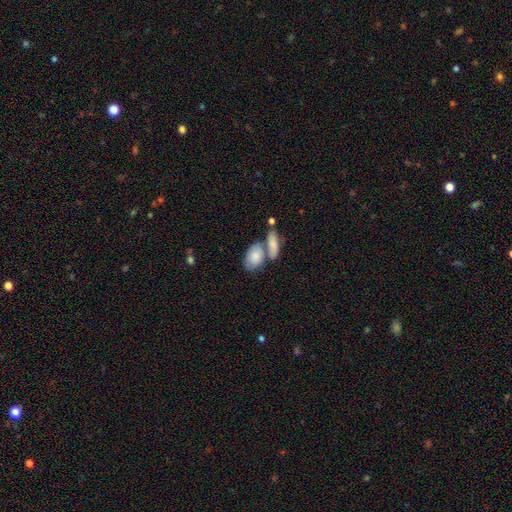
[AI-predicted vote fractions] smooth-or-featured: smooth: 72% | featured or disk: 20% | star or artifact: 8%
  how-rounded: in between: 83% | round: 12% | cigar-shaped: 5%
  merging: merger: 45% | none: 39% | minor disturbance: 11% | major disturbance: 4%